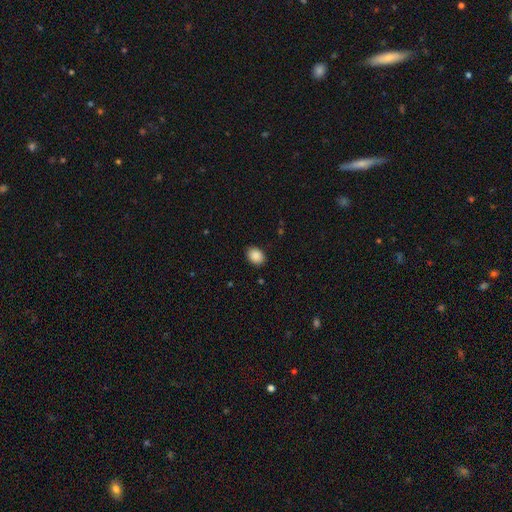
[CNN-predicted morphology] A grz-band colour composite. It shows a smooth galaxy with no disk features (89%) that is in between round and cigar-shaped (68%). Merging: none (88%).